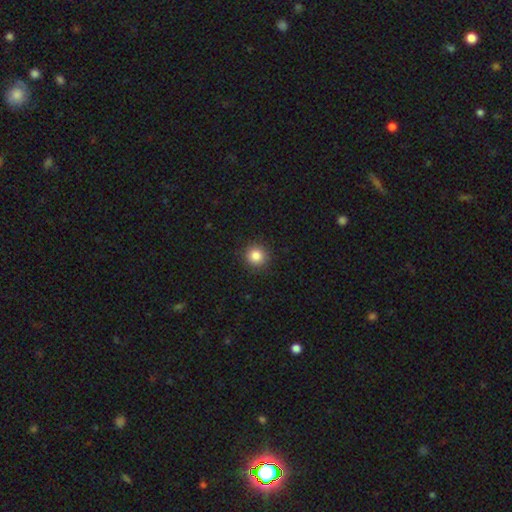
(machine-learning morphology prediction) This appears to be a smooth galaxy with no disk features (85%) that is round (94%). Merging: none (91%).